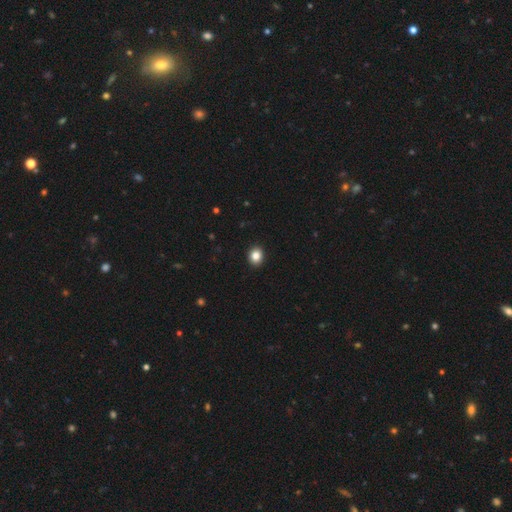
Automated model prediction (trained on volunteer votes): Overall: smooth (85%). How rounded: round (65%; in between 34%). Merging: none (93%).